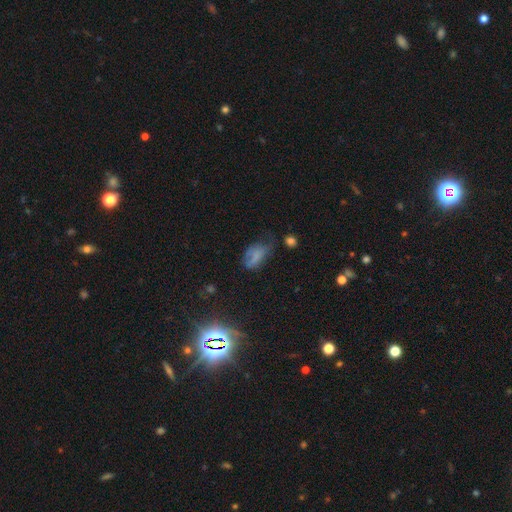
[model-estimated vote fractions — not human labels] A smooth galaxy with no disk features (62%) that is in between round and cigar-shaped (87%).

Vote fractions:
- Smooth or featured? smooth: 62% / featured or disk: 22% / star or artifact: 16%
- How rounded? in between: 87% / round: 8% / cigar-shaped: 5%
- Merging? minor disturbance: 34% / none: 33% / major disturbance: 29% / merger: 4%